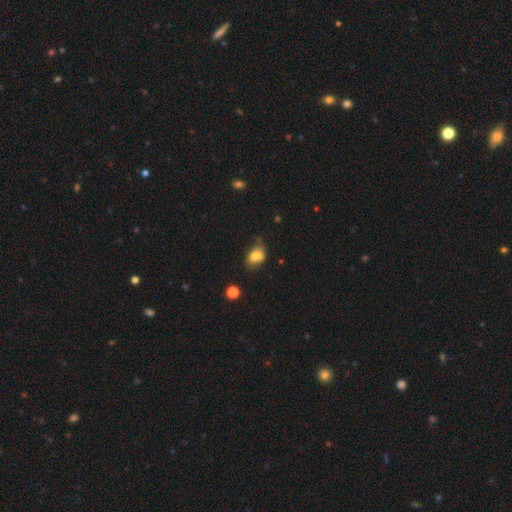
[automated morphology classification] This is likely a smooth galaxy (74%). How rounded: likely in between (74%). Merging: possibly none (50%).